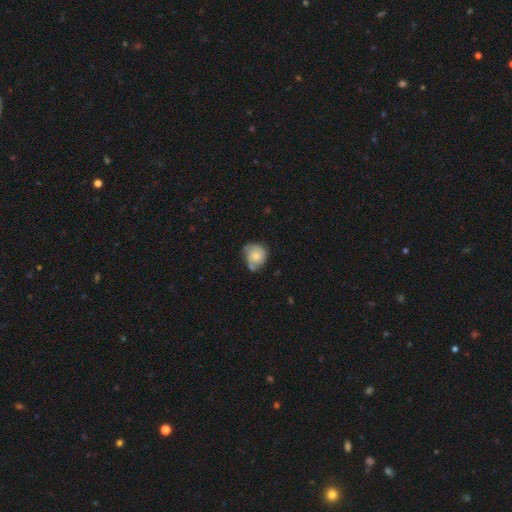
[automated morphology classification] Overall: smooth (55%; featured or disk 38%). How rounded: round (73%). Merging: none (48%; minor disturbance 32%).